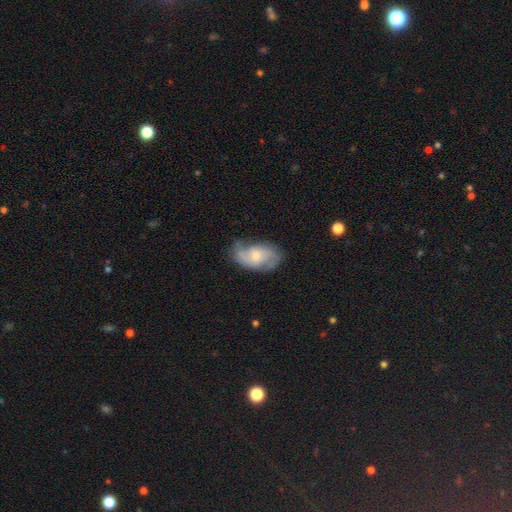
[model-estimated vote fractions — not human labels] The model was most divided on "bulge size": small: 47%, moderate: 42%, none: 5%, large: 4%, dominant: 1%. Remaining: edge-on disk — no (96%); spiral arms — yes (90%); spiral arm count — 2 (78%); smooth or featured — featured or disk (68%); merging — none (67%); bar — no (55%); spiral winding — medium (46%).